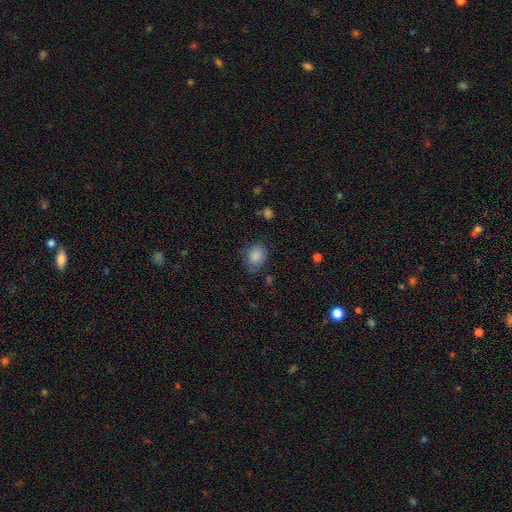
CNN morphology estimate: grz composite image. It shows a smooth galaxy with no disk features (85%) that is in between round and cigar-shaped (59%). Merging: none (67%).